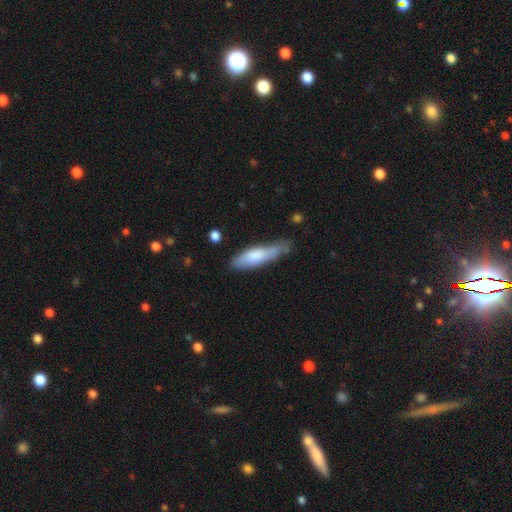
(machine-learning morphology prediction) This appears to be a smooth galaxy with no disk features (74%) that is cigar-shaped (64%). Merging: none (52%).